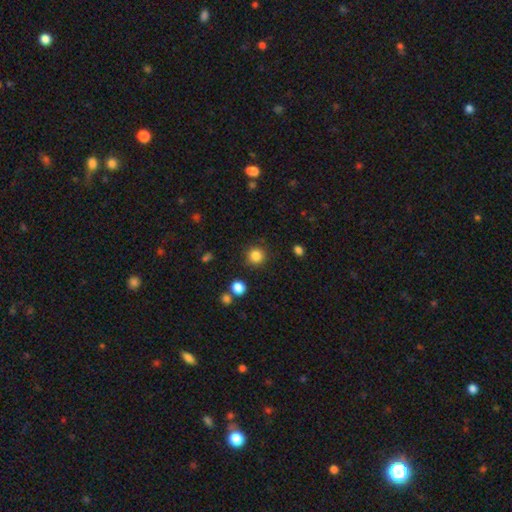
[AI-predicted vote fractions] smooth 85%, star or artifact 11%, featured or disk 4%. Down the decision tree: how rounded — round (94%); merging — none (88%).